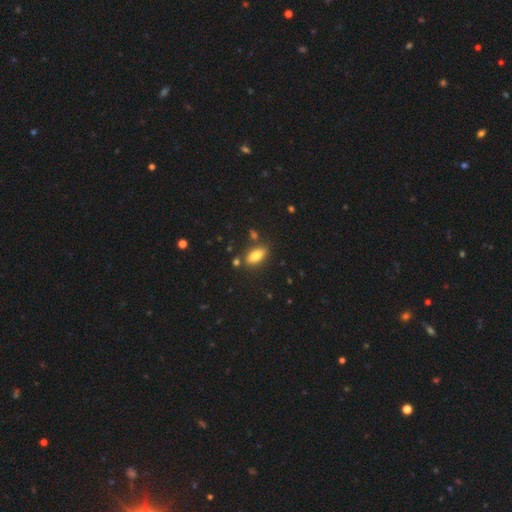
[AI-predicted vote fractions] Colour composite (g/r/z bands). It shows a smooth galaxy with no disk features (79%) that is in between round and cigar-shaped (80%). Merging: none (80%).